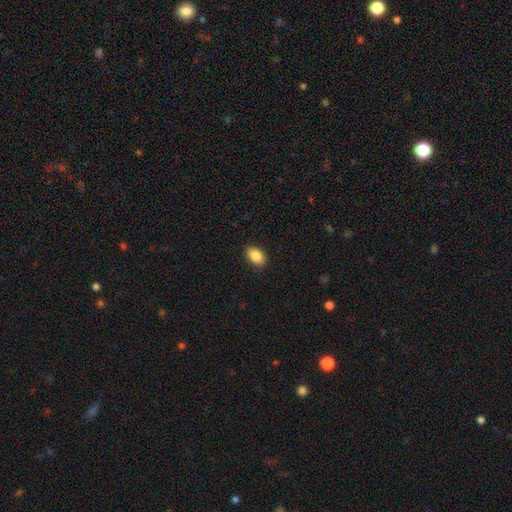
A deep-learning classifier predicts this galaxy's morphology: smooth 87%, star or artifact 8%, featured or disk 5%. Down the decision tree: how rounded — in between (86%); merging — none (89%).